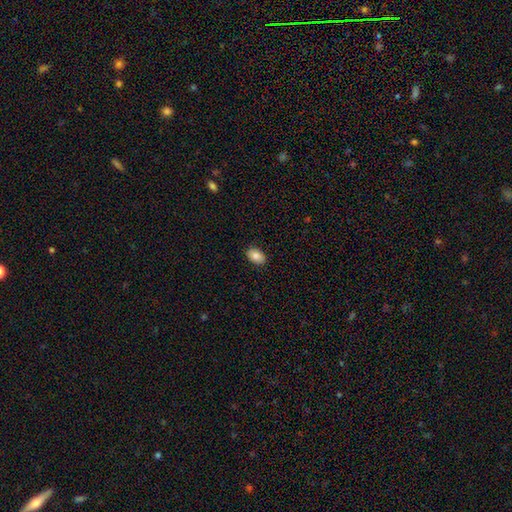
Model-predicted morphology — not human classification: Q: Smooth or featured?
A: smooth (85%); runner-up: star or artifact (8%)
Q: How rounded?
A: in between (88%); runner-up: round (11%)
Q: Merging?
A: none (88%); runner-up: minor disturbance (9%)